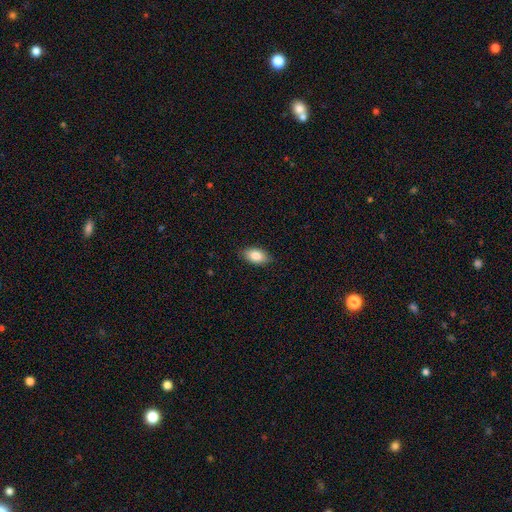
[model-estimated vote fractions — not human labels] The model was most divided on "merging": none: 87%, minor disturbance: 10%, major disturbance: 2%, merger: 1%. More confident: how rounded — in between (92%); smooth or featured — smooth (85%).